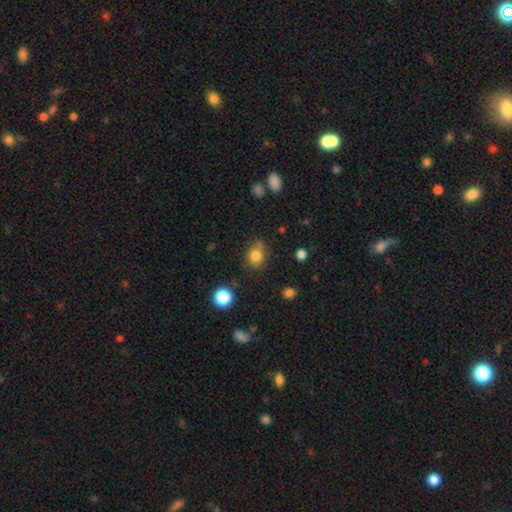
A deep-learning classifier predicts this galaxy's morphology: A smooth galaxy with no disk features (82%) that is round (66%). Merging: none (71%).